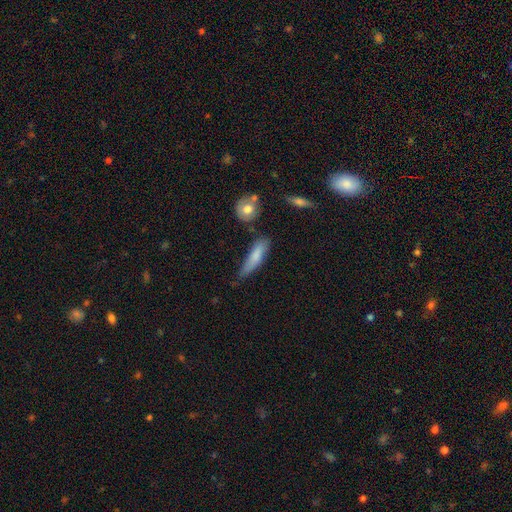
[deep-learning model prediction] Smooth or featured? smooth (76%)
How rounded? cigar-shaped (70%)
Merging? none (52%)